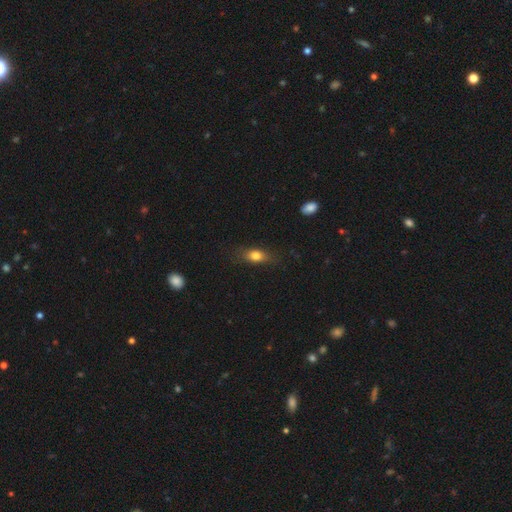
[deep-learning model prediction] Q: Smooth or featured?
A: smooth (75%); runner-up: featured or disk (15%)
Q: How rounded?
A: in between (68%); runner-up: cigar-shaped (17%)
Q: Merging?
A: none (74%); runner-up: minor disturbance (18%)